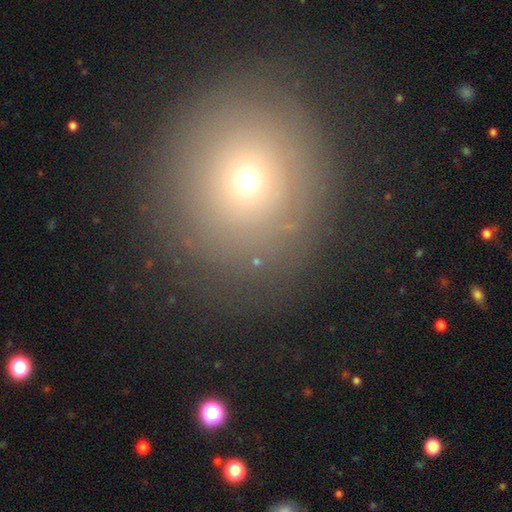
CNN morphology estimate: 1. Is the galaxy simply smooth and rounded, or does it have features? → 62% smooth, 21% star or artifact, 17% featured or disk.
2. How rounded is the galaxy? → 86% round, 13% in between, 1% cigar-shaped.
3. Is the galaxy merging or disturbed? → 80% none, 11% minor disturbance, 6% major disturbance, 3% merger.